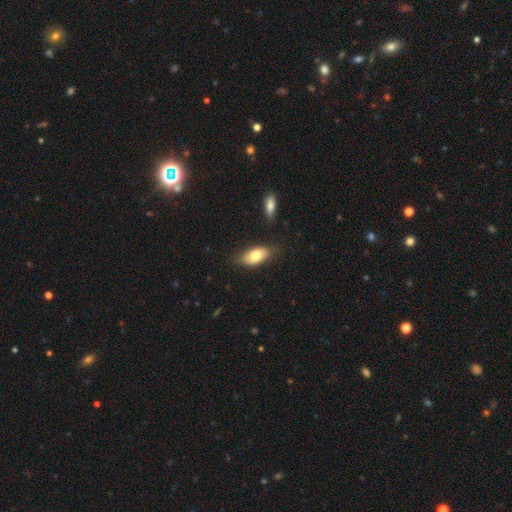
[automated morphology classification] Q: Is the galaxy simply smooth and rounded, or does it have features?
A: smooth — 74%.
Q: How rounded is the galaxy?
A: in between — 92%.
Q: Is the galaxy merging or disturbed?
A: none — 77%.